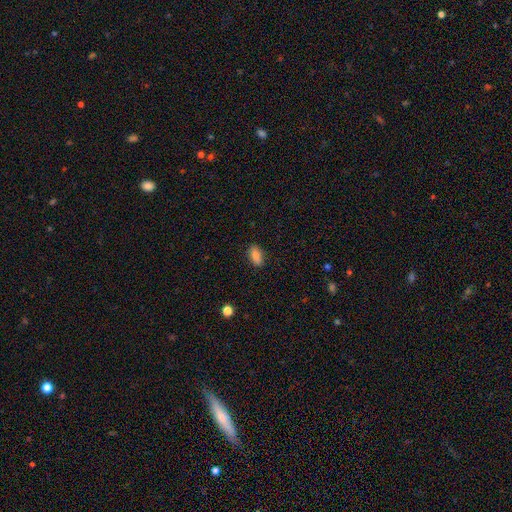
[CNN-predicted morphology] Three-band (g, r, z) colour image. It shows a smooth galaxy with no disk features (81%) that is in between round and cigar-shaped (87%). Merging: none (88%).